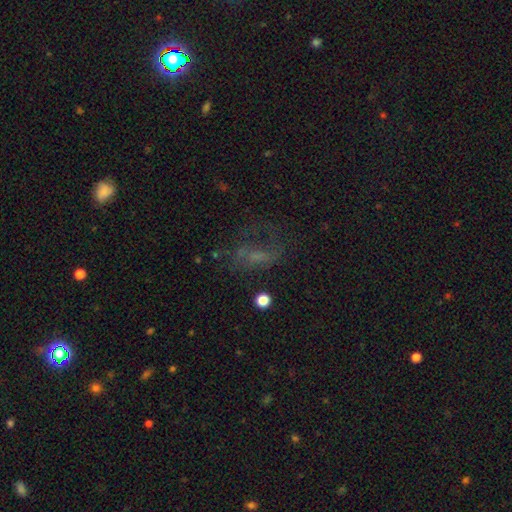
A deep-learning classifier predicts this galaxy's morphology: This is marginally a featured or disk galaxy (39%). Merging: marginally none (42%).